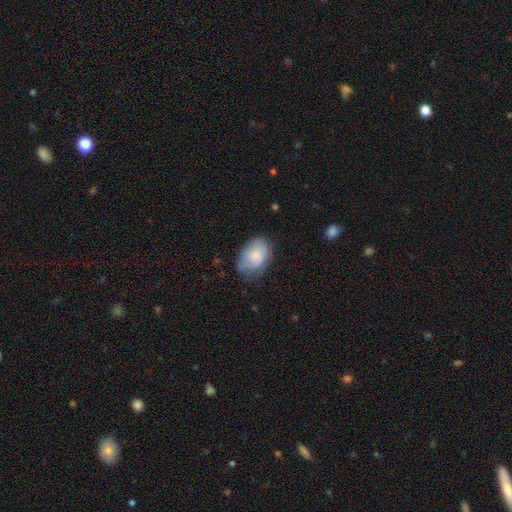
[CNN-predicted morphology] smooth_or_featured: smooth (p=0.74) [alt: featured or disk p=0.19]
how_rounded: in between (p=0.81) [alt: round p=0.18]
merging: none (p=0.56) [alt: minor disturbance p=0.32]